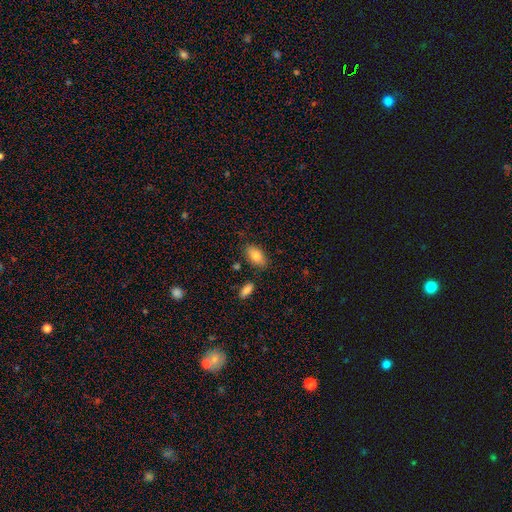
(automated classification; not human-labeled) smooth-or-featured: smooth: 83% | featured or disk: 10% | star or artifact: 7%
  how-rounded: in between: 91% | cigar-shaped: 4% | round: 4%
  merging: none: 79% | minor disturbance: 14% | merger: 4% | major disturbance: 3%